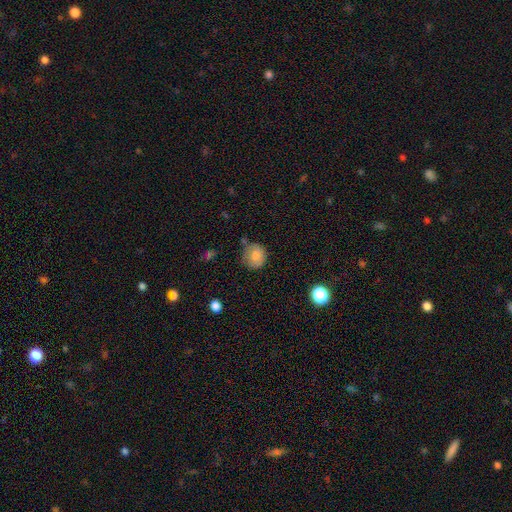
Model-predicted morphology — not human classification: The model was most divided on "merging": none: 70%, minor disturbance: 21%, major disturbance: 5%, merger: 4%. More confident: how rounded — round (85%); smooth or featured — smooth (81%).